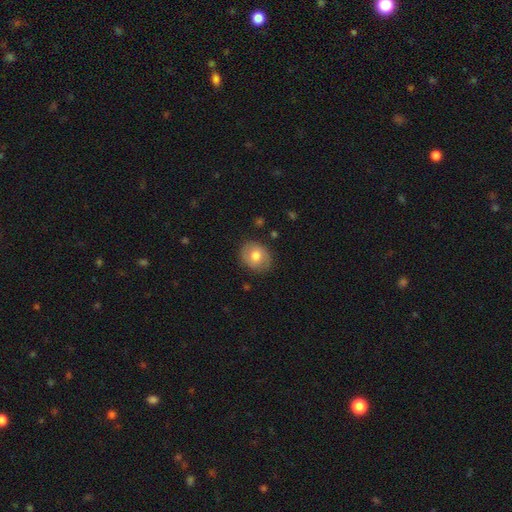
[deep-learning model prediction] smooth_or_featured: smooth (p=0.63) [alt: featured or disk p=0.30]
how_rounded: round (p=0.59) [alt: in between p=0.40]
merging: none (p=0.84) [alt: minor disturbance p=0.12]